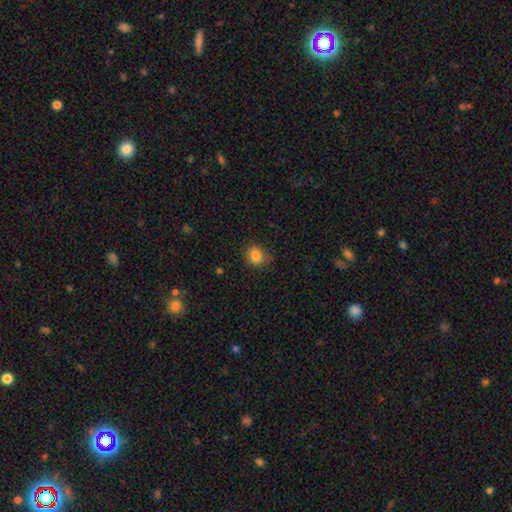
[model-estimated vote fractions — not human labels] Q: Smooth or featured?
A: smooth (84%); runner-up: star or artifact (11%)
Q: How rounded?
A: round (66%); runner-up: in between (33%)
Q: Merging?
A: none (79%); runner-up: minor disturbance (16%)